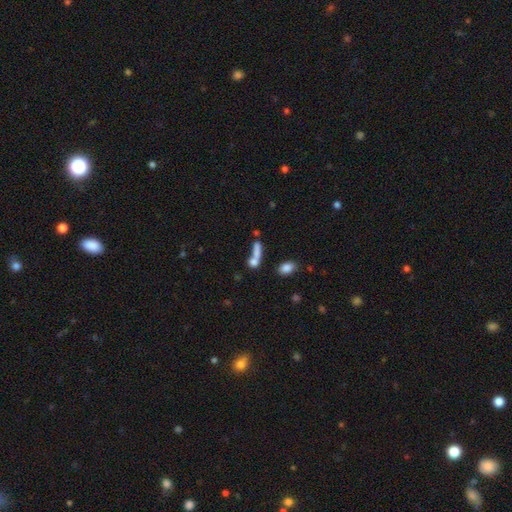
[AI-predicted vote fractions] The model was most divided on "how rounded": in between: 45%, cigar-shaped: 38%, round: 18%. Remaining: smooth or featured — smooth (70%); merging — merger (49%).